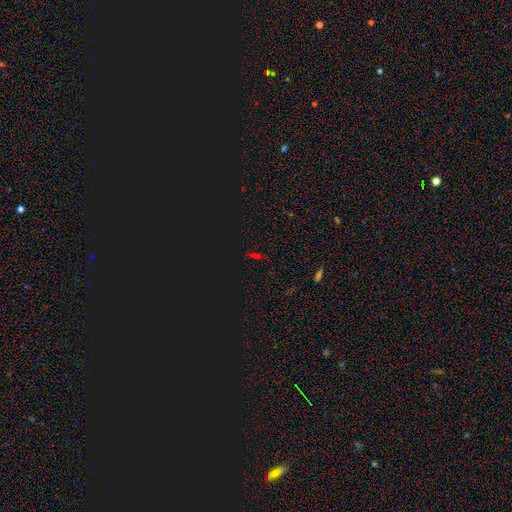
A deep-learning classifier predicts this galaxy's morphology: Smooth or featured? star or artifact (63%)